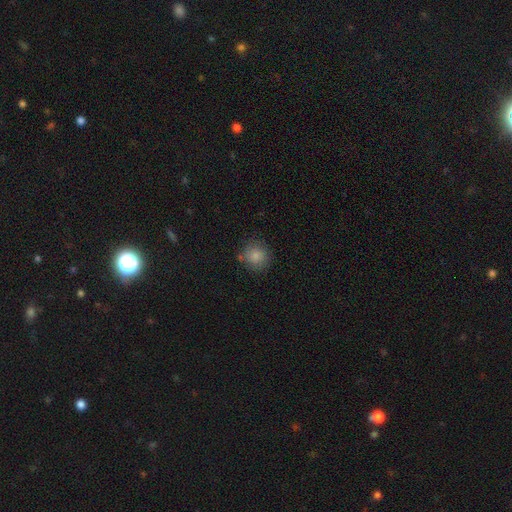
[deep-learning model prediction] smooth 84%, star or artifact 9%, featured or disk 7%. Down the decision tree: how rounded — round (89%); merging — none (78%).